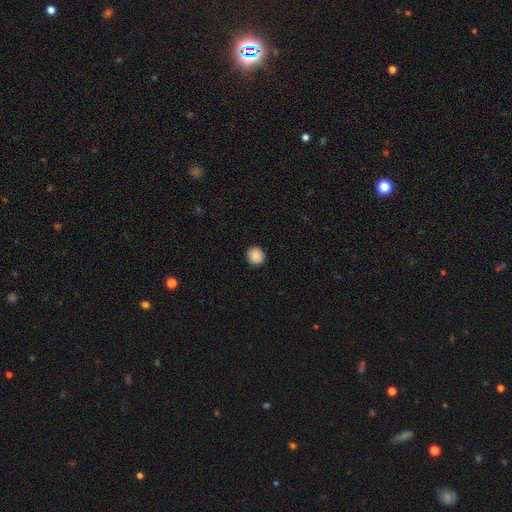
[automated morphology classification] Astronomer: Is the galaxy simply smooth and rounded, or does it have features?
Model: smooth — 88%.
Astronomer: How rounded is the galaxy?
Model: round — 92%.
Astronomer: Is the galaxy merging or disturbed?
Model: none — 90%.